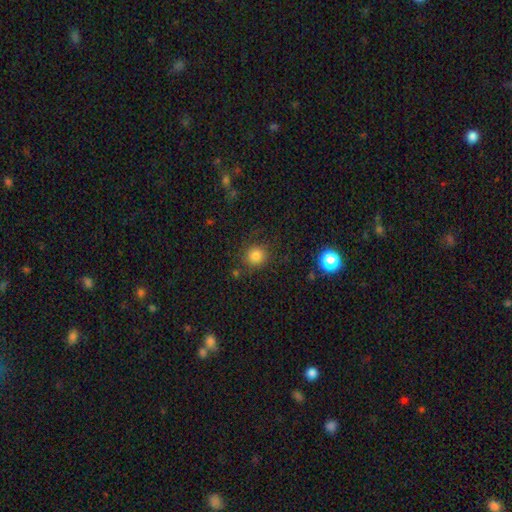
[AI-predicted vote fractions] This is clearly a smooth galaxy (82%). How rounded: clearly round (89%). Merging: clearly none (81%).